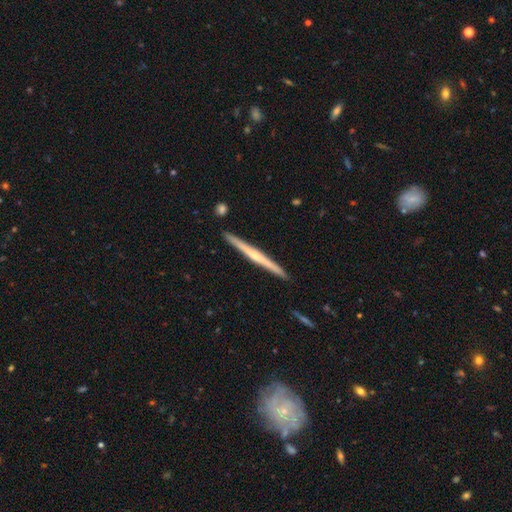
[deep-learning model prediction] Smooth or featured? featured or disk (67%)
Edge-on disk? yes (98%)
Edge-on bulge? rounded (50%)
Merging? none (92%)